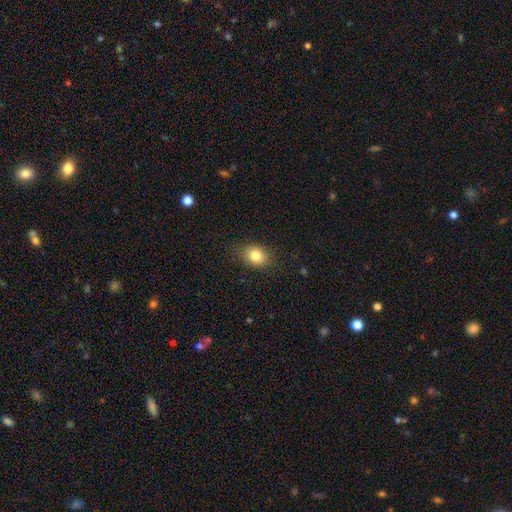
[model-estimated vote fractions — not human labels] This appears to be a smooth galaxy with no disk features (82%) that is in between round and cigar-shaped (60%). Merging: none (82%).